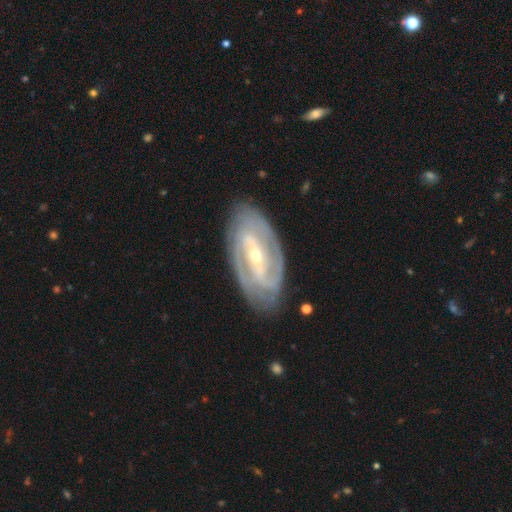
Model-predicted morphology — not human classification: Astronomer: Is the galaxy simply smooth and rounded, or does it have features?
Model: featured or disk — 89%.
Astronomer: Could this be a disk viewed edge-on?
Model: no — 94%.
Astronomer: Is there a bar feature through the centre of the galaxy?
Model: strong — 52% (runner-up: weak, 31%).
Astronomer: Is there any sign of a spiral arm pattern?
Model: yes — 95%.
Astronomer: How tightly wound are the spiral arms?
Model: tight — 59%.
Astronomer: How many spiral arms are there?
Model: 2 — 62%.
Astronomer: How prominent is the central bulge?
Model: small — 63%.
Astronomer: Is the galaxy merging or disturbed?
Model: none — 82%.